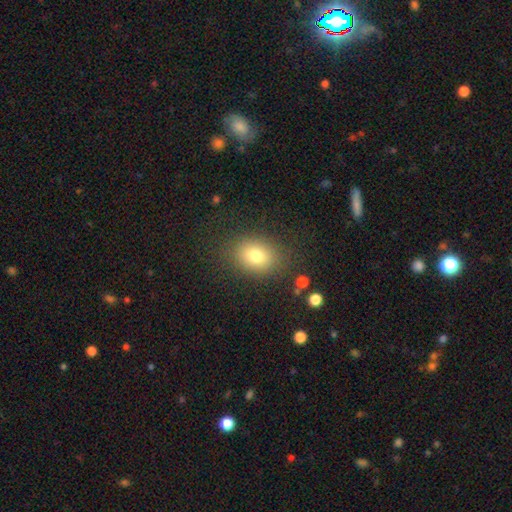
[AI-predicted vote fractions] Morphology: type=smooth (77%); roundness=in between (56%); merging=none (82%).